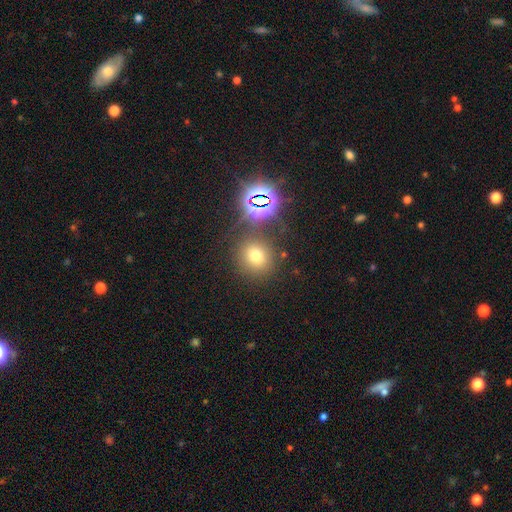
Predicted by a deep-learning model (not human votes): Q: Smooth or featured?
A: smooth (65%); runner-up: star or artifact (25%)
Q: How rounded?
A: round (83%); runner-up: in between (16%)
Q: Merging?
A: none (79%); runner-up: minor disturbance (10%)